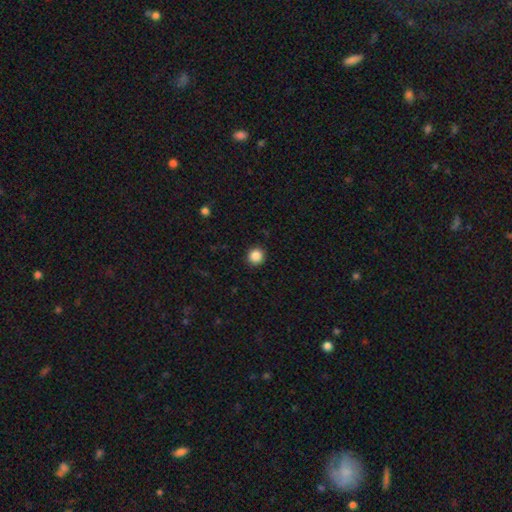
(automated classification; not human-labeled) Morphology: type=smooth (86%); roundness=round (93%); merging=none (92%).